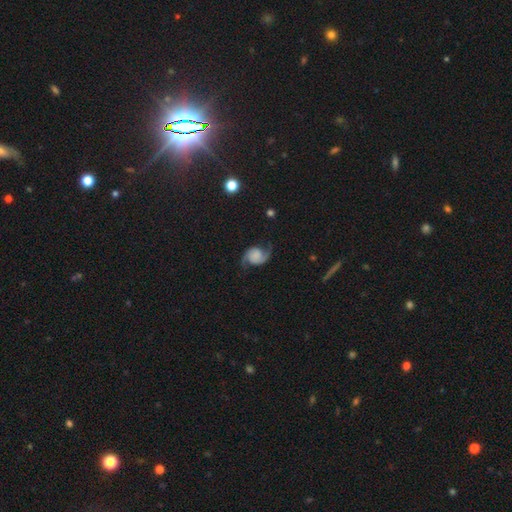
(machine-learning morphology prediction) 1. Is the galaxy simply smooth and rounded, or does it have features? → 84% featured or disk, 10% smooth, 7% star or artifact.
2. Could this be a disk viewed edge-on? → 98% no, 2% yes.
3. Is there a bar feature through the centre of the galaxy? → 71% no, 23% weak, 6% strong.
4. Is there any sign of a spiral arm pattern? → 97% yes, 3% no.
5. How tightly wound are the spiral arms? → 46% loose, 41% medium, 13% tight.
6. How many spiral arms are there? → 93% 2, 2% 1, 2% can't tell, 1% 3, 1% 4, 1% more than 4.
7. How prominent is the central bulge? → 52% none, 20% small, 12% moderate, 11% large, 5% dominant.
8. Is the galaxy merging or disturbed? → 74% none, 16% minor disturbance, 8% major disturbance, 2% merger.